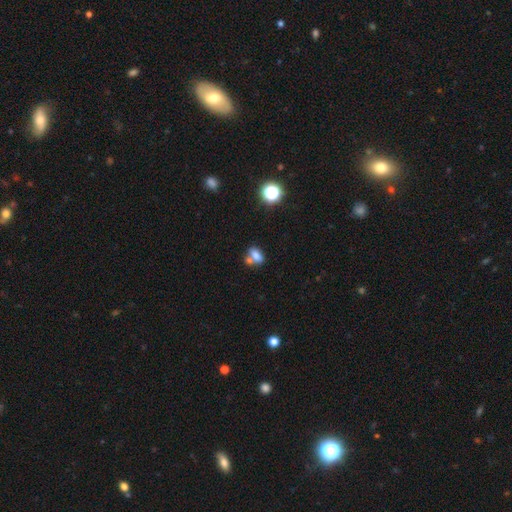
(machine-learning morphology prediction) A smooth galaxy with no disk features (75%) that is in between round and cigar-shaped (80%). Merging: merger (44%).